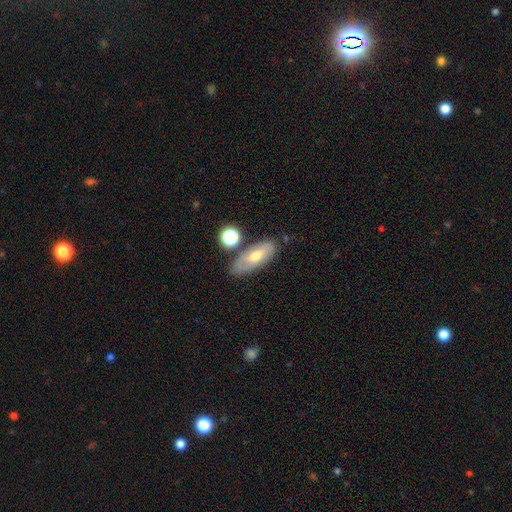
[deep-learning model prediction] A smooth galaxy with no disk features (53%) that is in between round and cigar-shaped (75%).

Vote fractions:
- Smooth or featured? smooth: 53% / featured or disk: 38% / star or artifact: 9%
- How rounded? in between: 75% / cigar-shaped: 20% / round: 5%
- Merging? none: 70% / minor disturbance: 17% / merger: 9% / major disturbance: 5%